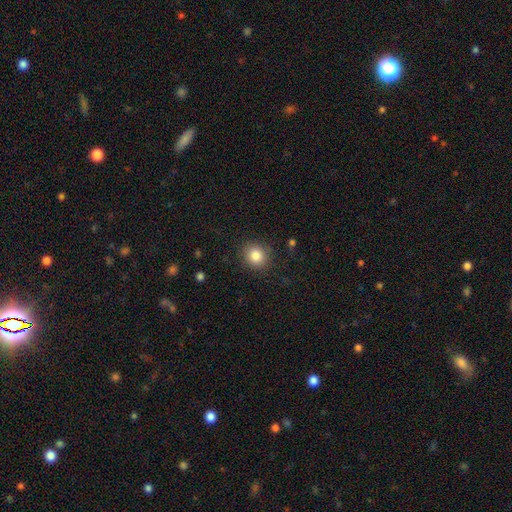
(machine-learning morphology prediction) smooth 84%, star or artifact 10%, featured or disk 6%. Down the decision tree: how rounded — round (83%); merging — none (87%).